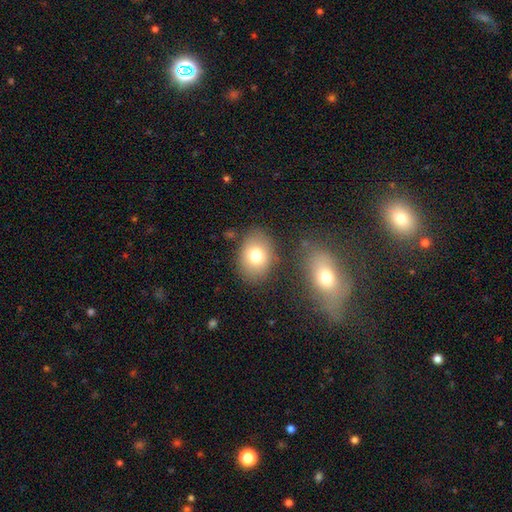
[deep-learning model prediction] A smooth galaxy with no disk features (77%) that is in between round and cigar-shaped (68%). Merging: none (78%).